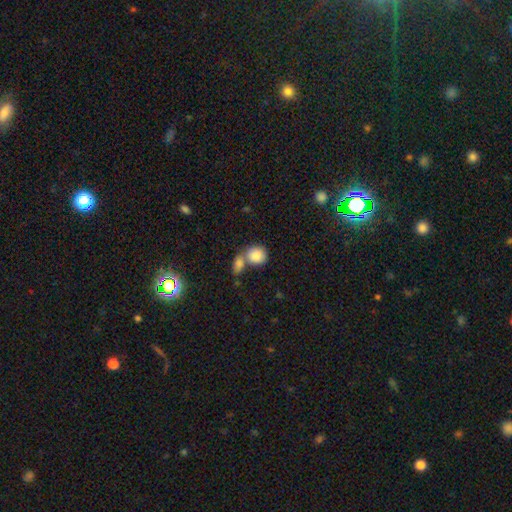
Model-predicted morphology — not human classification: smooth_or_featured: smooth (p=0.86) [alt: featured or disk p=0.07]
how_rounded: round (p=0.73) [alt: in between p=0.26]
merging: merger (p=0.53) [alt: none p=0.35]